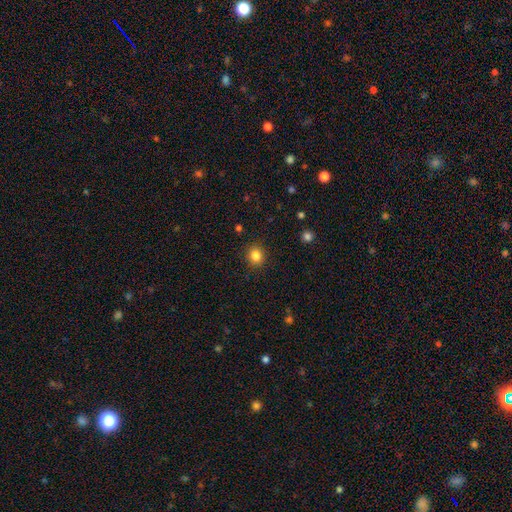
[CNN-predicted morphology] Smooth or featured: smooth — 84% (star or artifact — 11%)
How rounded: round — 85% (in between — 15%)
Merging: none — 91% (minor disturbance — 6%)